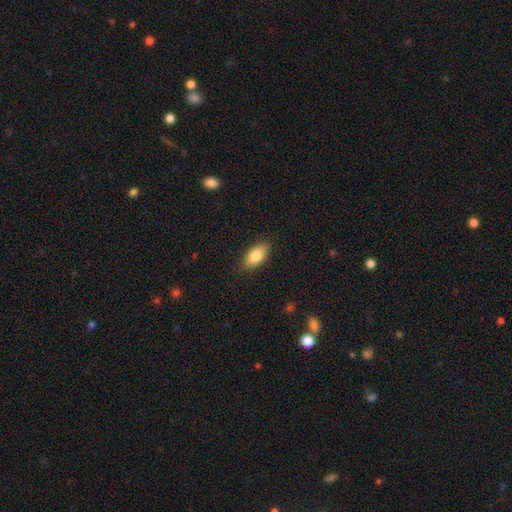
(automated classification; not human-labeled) smooth-or-featured: smooth: 84% | featured or disk: 10% | star or artifact: 7%
  how-rounded: in between: 90% | cigar-shaped: 7% | round: 3%
  merging: none: 87% | minor disturbance: 10% | major disturbance: 2% | merger: 1%